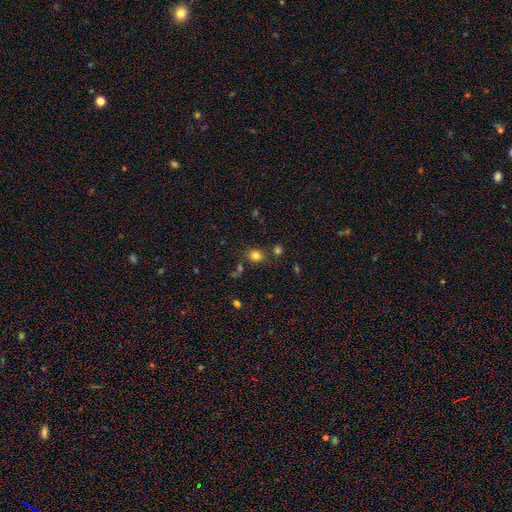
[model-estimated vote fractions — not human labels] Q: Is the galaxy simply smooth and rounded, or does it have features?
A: smooth — 80%.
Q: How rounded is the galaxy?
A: round — 74%.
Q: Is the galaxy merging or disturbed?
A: none — 78%.